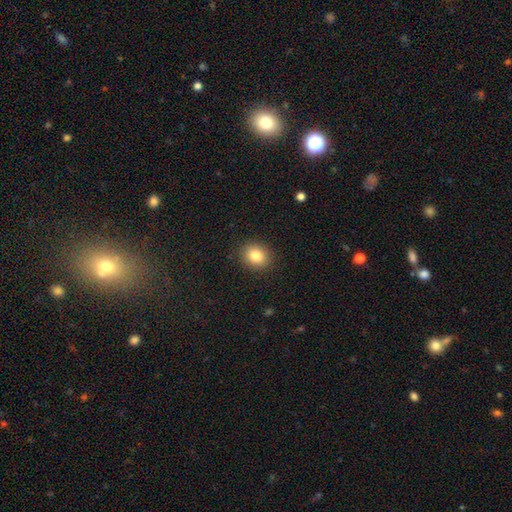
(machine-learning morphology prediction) Overall: smooth (84%). How rounded: round (61%; in between 38%). Merging: none (89%).